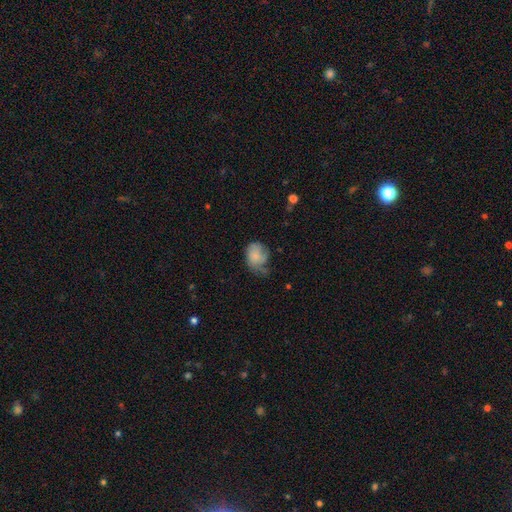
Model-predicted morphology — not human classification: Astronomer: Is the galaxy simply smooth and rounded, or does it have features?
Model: smooth — 71%.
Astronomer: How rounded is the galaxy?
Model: in between — 56% (runner-up: round, 43%).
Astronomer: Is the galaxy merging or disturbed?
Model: minor disturbance — 39% (runner-up: none, 35%).